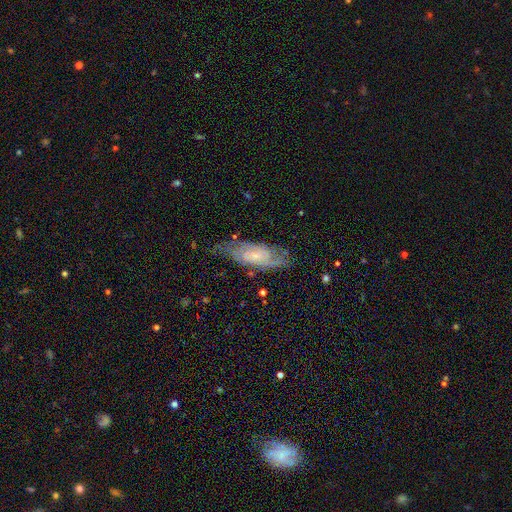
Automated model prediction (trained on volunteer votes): Smooth or featured? Predicted: featured or disk (p=0.79). Edge-on disk? Predicted: no (p=0.90). Bar? Predicted: no (p=0.55). Spiral arms? Predicted: yes (p=0.93). Spiral winding? Predicted: tight (p=0.46). Spiral arm count? Predicted: 2 (p=0.53). Bulge size? Predicted: small (p=0.72). Merging? Predicted: none (p=0.67).